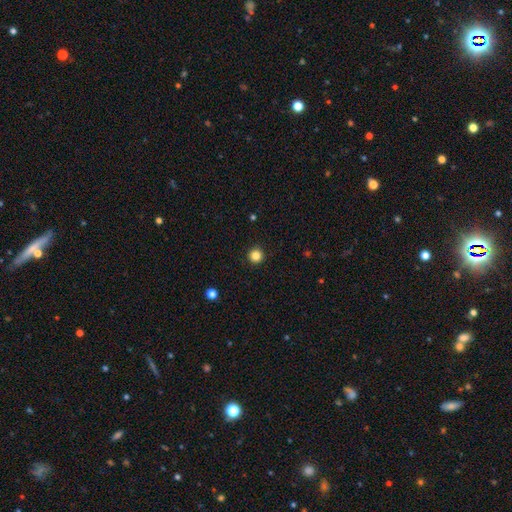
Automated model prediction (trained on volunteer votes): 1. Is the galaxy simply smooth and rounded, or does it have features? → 84% smooth, 12% star or artifact, 4% featured or disk.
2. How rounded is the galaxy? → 96% round, 3% in between, 1% cigar-shaped.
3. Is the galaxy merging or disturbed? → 93% none, 5% minor disturbance, 2% major disturbance, 1% merger.